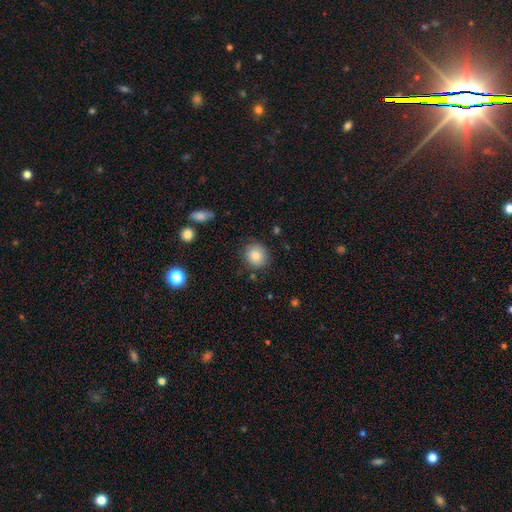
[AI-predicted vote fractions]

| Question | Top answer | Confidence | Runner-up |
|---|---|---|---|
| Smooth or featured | smooth | 82% | star or artifact (10%) |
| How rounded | round | 87% | in between (12%) |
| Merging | none | 85% | minor disturbance (10%) |